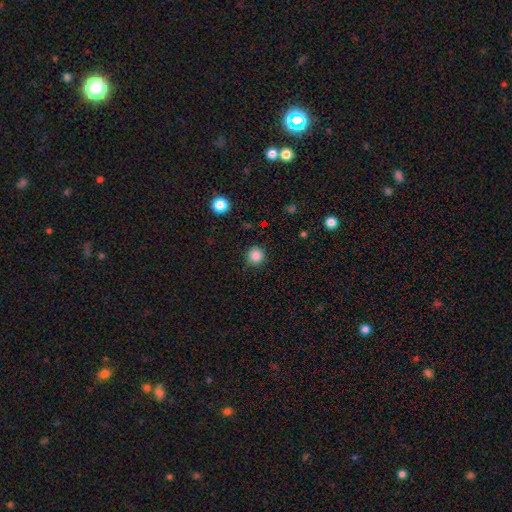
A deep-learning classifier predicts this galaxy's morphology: Q: Smooth or featured?
A: smooth (84%); runner-up: star or artifact (12%)
Q: How rounded?
A: round (93%); runner-up: in between (6%)
Q: Merging?
A: none (89%); runner-up: minor disturbance (8%)